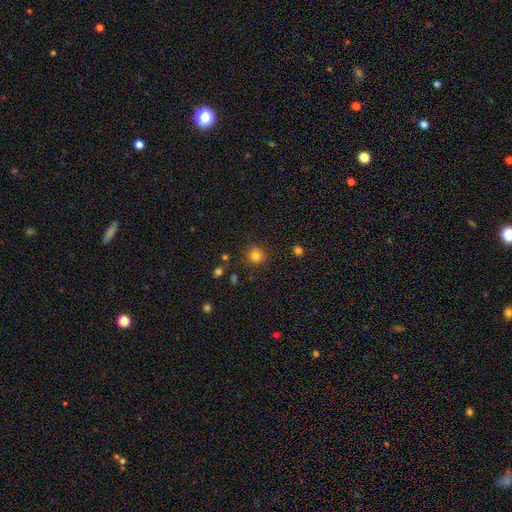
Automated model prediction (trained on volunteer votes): This appears to be a smooth galaxy with no disk features (82%) that is round (89%). Merging: none (85%).